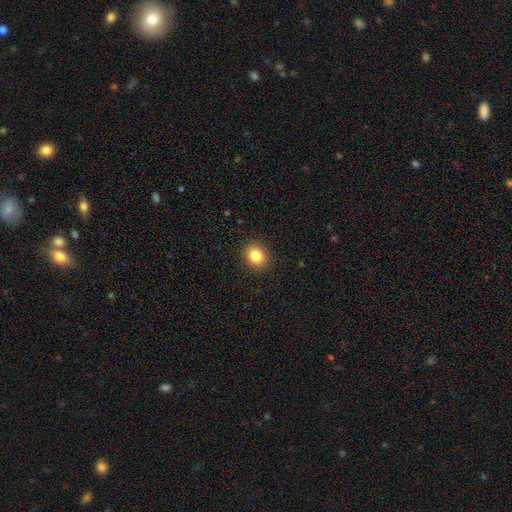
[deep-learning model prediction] Smooth or featured? Predicted: smooth (p=0.84). How rounded? Predicted: round (p=0.69). Merging? Predicted: none (p=0.90).